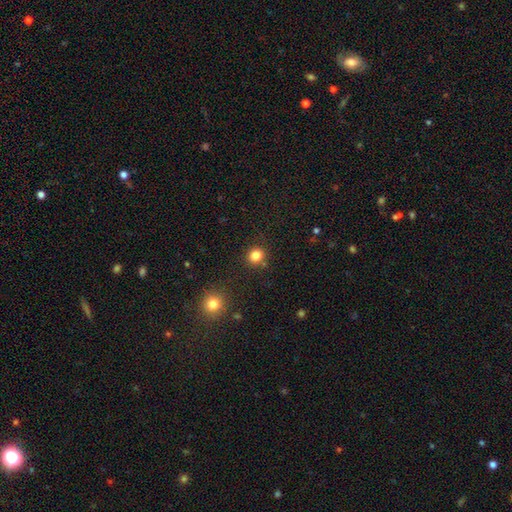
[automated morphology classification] A smooth galaxy with no disk features (82%) that is round (89%).

Vote fractions:
- Smooth or featured? smooth: 82% / star or artifact: 13% / featured or disk: 5%
- How rounded? round: 89% / in between: 10% / cigar-shaped: 1%
- Merging? none: 85% / minor disturbance: 8% / merger: 5% / major disturbance: 3%